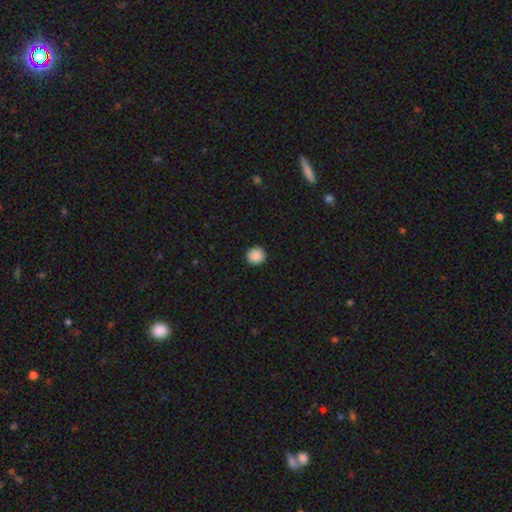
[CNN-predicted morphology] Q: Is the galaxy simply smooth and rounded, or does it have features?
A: smooth — 88%.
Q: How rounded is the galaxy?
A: round — 90%.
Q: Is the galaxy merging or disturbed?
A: none — 92%.